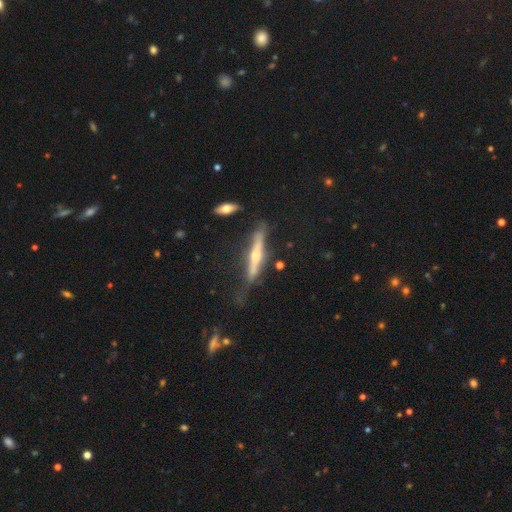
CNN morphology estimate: Overall: featured or disk (73%). Edge-on disk: yes (94%). Edge-on bulge: rounded (83%). Merging: none (59%; minor disturbance 25%).